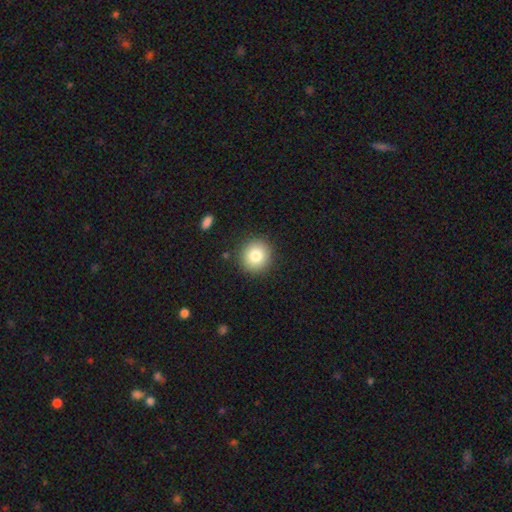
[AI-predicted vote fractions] Smooth or featured? Predicted: smooth (p=0.81). How rounded? Predicted: round (p=0.92). Merging? Predicted: none (p=0.90).